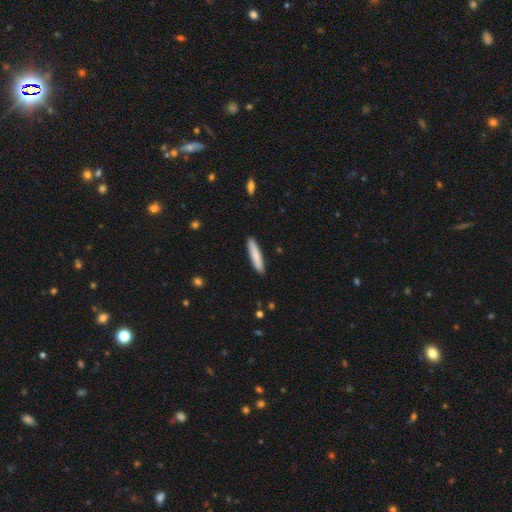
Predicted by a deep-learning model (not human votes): Smooth or featured?
  - smooth: 83% *
  - featured or disk: 12%
  - star or artifact: 5%
How rounded?
  - cigar-shaped: 88% *
  - in between: 10%
  - round: 1%
Merging?
  - none: 90% *
  - minor disturbance: 7%
  - major disturbance: 1%
  - merger: 1%